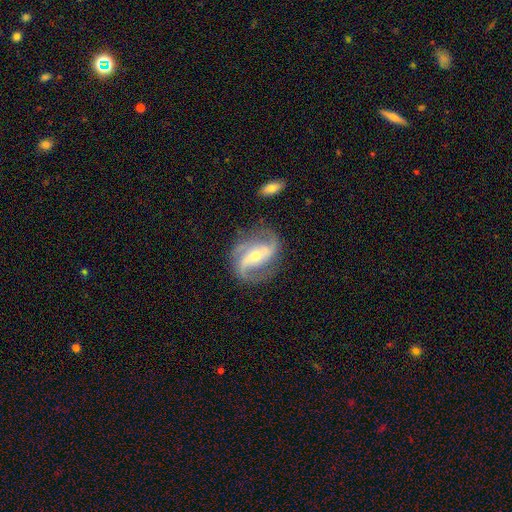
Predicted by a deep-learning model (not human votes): Morphology: type=featured or disk (89%); edge-on=no (97%); bar=strong (37%); spiral arms=yes (97%); winding=medium (45%); arm count=2 (56%); bulge=small (56%); merging=none (73%).